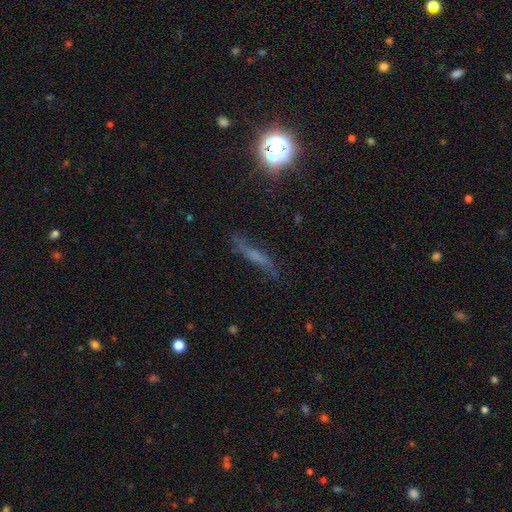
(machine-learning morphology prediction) smooth_or_featured: featured or disk (p=0.44) [alt: smooth p=0.36]
merging: none (p=0.71) [alt: minor disturbance p=0.19]